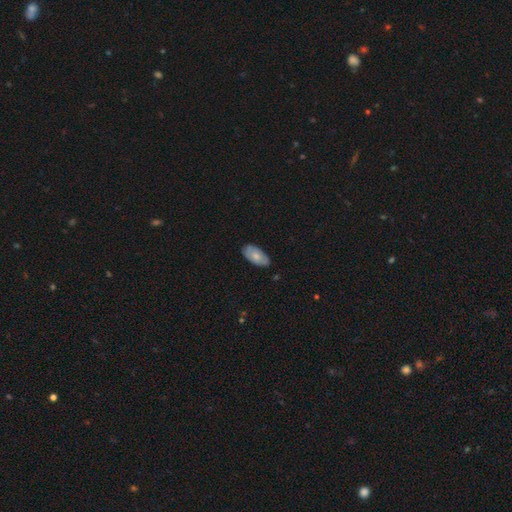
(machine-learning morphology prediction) Smooth or featured? Predicted: smooth (p=0.71). How rounded? Predicted: in between (p=0.94). Merging? Predicted: none (p=0.78).